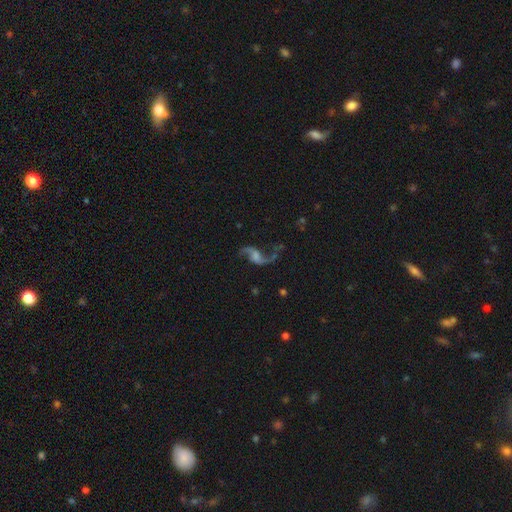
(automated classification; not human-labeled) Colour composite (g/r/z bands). It shows a featured or disk galaxy (88%) with no bar (48%), 2 (93%) loose (89%) spiral arms (96%) and no central bulge (37%). Merging: none (72%).